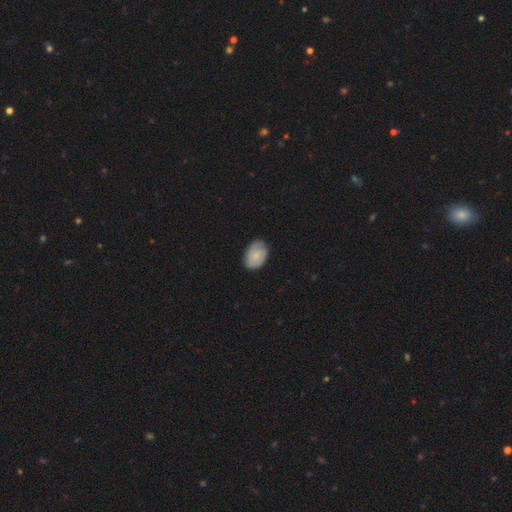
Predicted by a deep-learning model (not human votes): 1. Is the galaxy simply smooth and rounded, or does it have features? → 59% smooth, 34% featured or disk, 7% star or artifact.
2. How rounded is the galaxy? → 81% in between, 18% round, 1% cigar-shaped.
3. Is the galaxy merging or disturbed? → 75% none, 20% minor disturbance, 4% major disturbance, 1% merger.